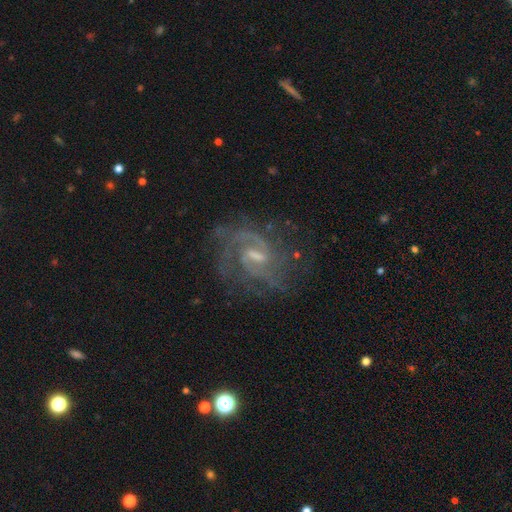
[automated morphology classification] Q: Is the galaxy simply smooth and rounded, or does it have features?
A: featured or disk — 87%.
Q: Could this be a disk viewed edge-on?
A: no — 97%.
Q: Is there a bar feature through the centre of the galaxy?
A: weak — 63%.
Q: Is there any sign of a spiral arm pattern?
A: yes — 95%.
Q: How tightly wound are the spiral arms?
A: medium — 52%.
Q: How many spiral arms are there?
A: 2 — 54%.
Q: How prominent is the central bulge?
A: small — 44%.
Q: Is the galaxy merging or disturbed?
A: none — 64%.